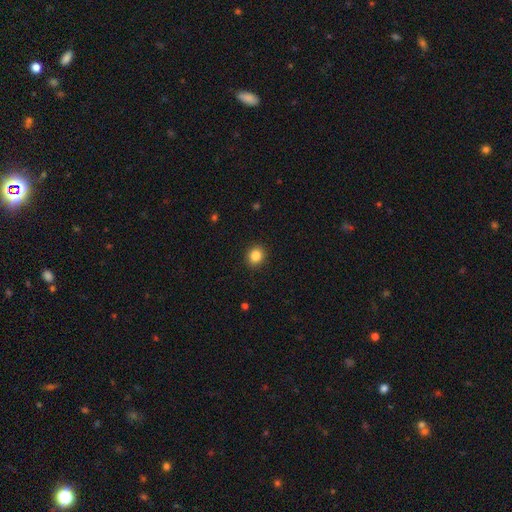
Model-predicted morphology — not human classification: Overall: smooth (86%). How rounded: round (82%). Merging: none (91%).